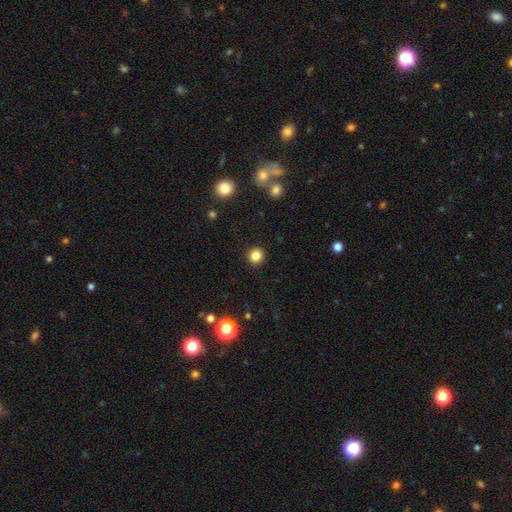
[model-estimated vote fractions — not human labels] This appears to be a smooth galaxy with no disk features (83%) that is round (92%). Merging: none (93%).